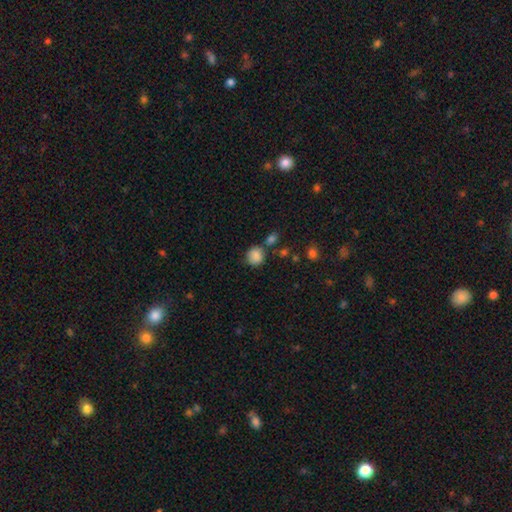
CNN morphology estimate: Smooth or featured? smooth (86%)
How rounded? round (85%)
Merging? none (70%)